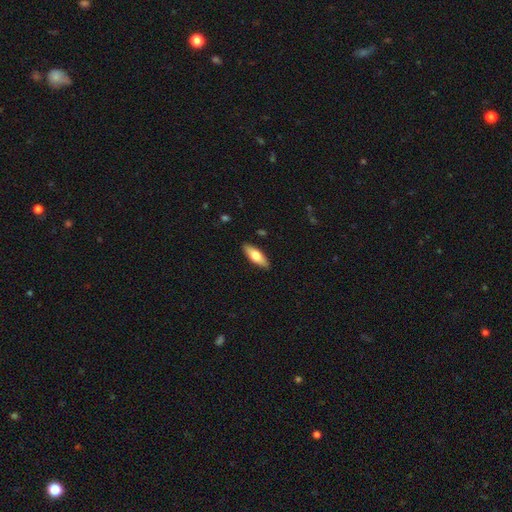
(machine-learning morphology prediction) type=smooth (64%); roundness=in between (64%); merging=none (90%).